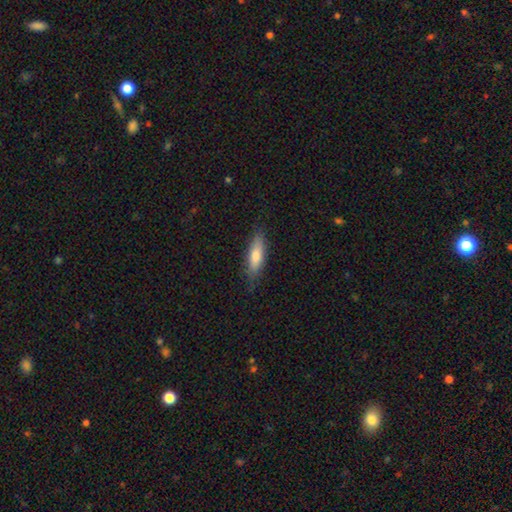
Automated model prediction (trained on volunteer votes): smooth-or-featured: smooth: 76% | featured or disk: 18% | star or artifact: 6%
  how-rounded: cigar-shaped: 56% | in between: 42% | round: 2%
  merging: none: 81% | minor disturbance: 15% | major disturbance: 3% | merger: 1%